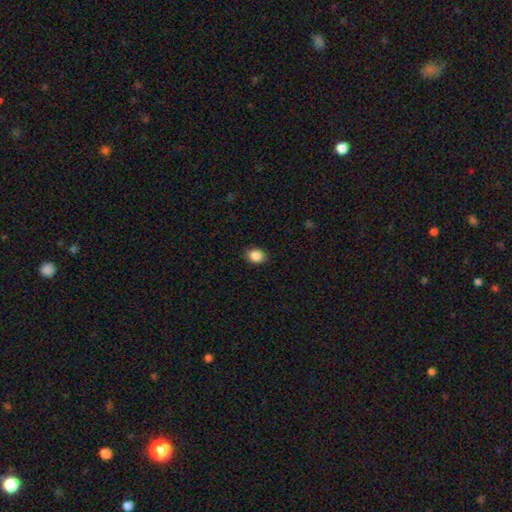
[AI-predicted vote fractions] smooth_or_featured: smooth (p=0.87) [alt: star or artifact p=0.09]
how_rounded: in between (p=0.53) [alt: round p=0.46]
merging: none (p=0.88) [alt: minor disturbance p=0.09]